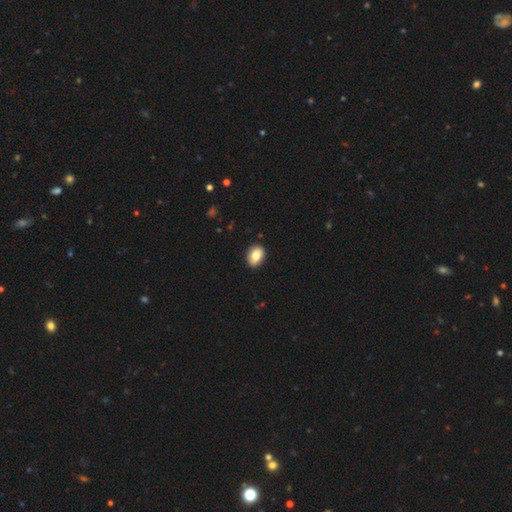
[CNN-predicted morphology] smooth_or_featured: smooth (p=0.81) [alt: featured or disk p=0.12]
how_rounded: in between (p=0.74) [alt: round p=0.24]
merging: none (p=0.88) [alt: minor disturbance p=0.09]